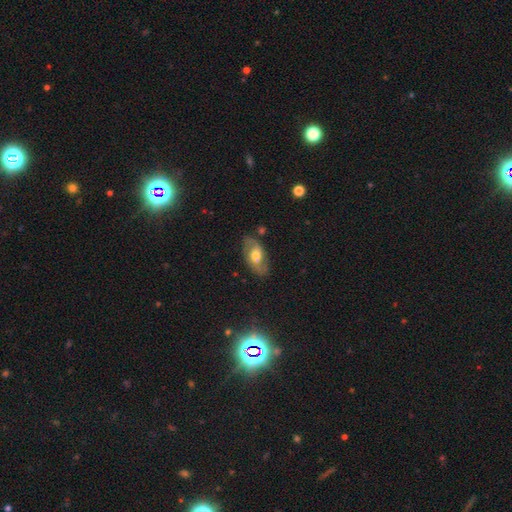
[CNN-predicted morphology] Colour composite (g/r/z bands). It shows a featured or disk galaxy (53%). Merging: none (75%).